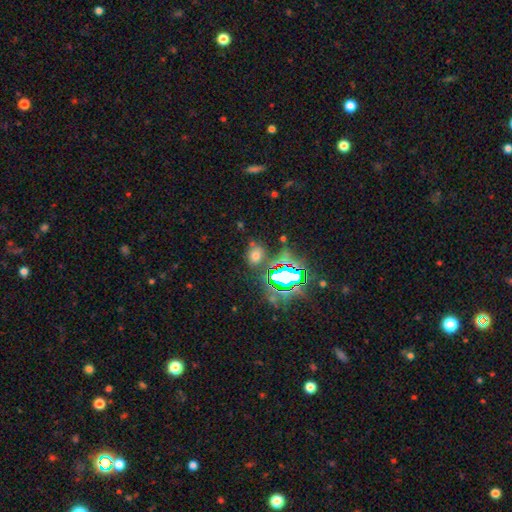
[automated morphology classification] Smooth or featured? Predicted: smooth (p=0.54). How rounded? Predicted: in between (p=0.53). Merging? Predicted: none (p=0.74).